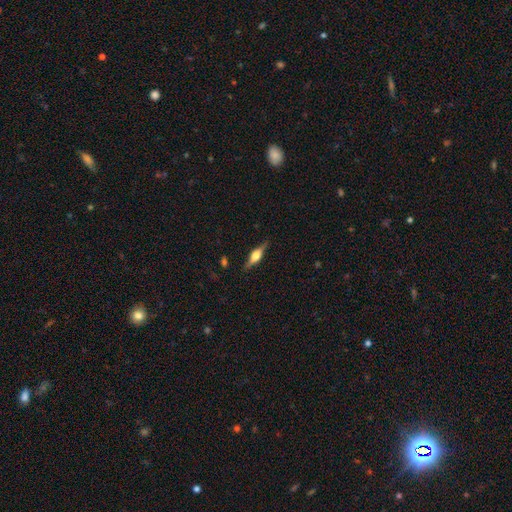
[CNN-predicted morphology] The model was most divided on "smooth or featured": featured or disk: 66%, smooth: 28%, star or artifact: 6%. More confident: edge-on disk — yes (96%); edge-on bulge — rounded (90%); merging — none (85%).